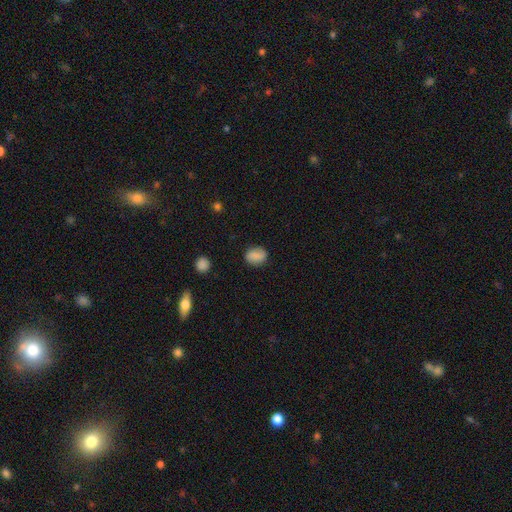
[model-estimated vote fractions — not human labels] Smooth or featured? smooth (80%)
How rounded? in between (56%)
Merging? none (82%)